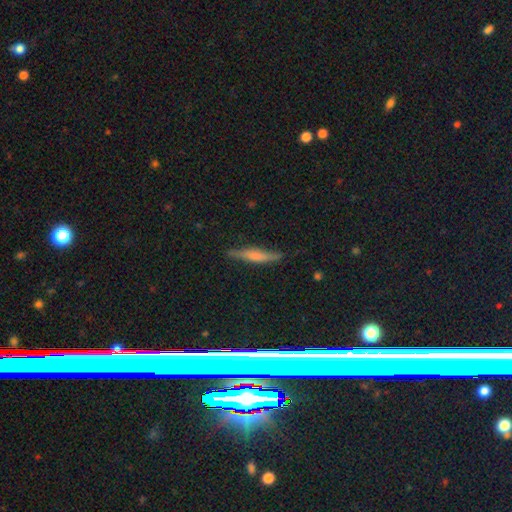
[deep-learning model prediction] smooth 51%, featured or disk 39%, star or artifact 10%. Down the decision tree: how rounded — cigar-shaped (86%); merging — none (81%).